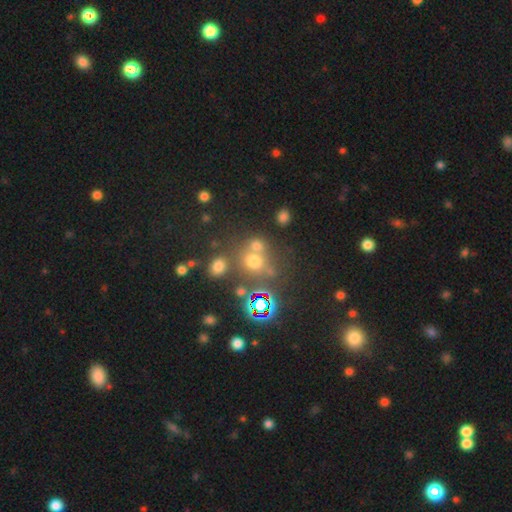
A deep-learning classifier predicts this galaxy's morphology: A smooth galaxy with no disk features (47%).

Vote fractions:
- Smooth or featured? smooth: 47% / star or artifact: 41% / featured or disk: 12%
- Merging? none: 56% / merger: 29% / minor disturbance: 10% / major disturbance: 5%